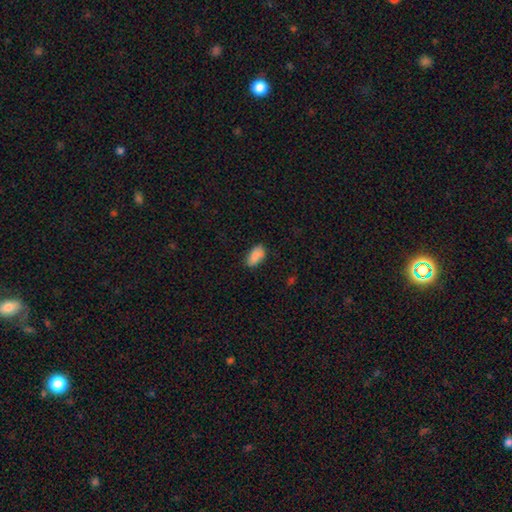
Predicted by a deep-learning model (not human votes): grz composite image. It shows a smooth galaxy with no disk features (88%) that is in between round and cigar-shaped (92%). Merging: none (80%).